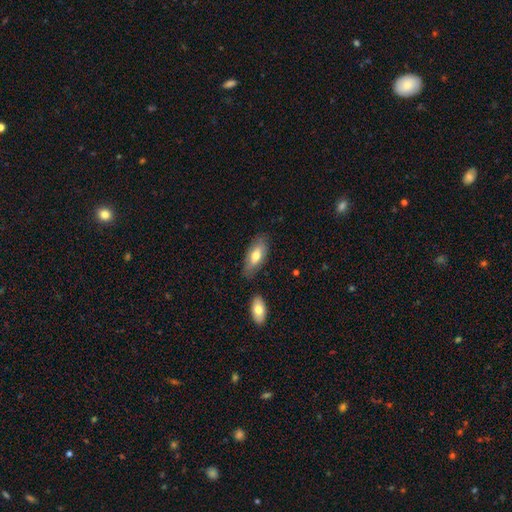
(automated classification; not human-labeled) This appears to be a smooth galaxy with no disk features (64%) that is in between round and cigar-shaped (82%). Merging: none (74%).